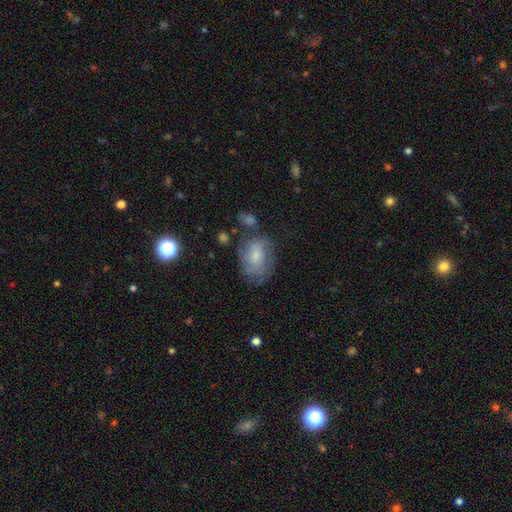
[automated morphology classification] Overall: featured or disk (45%, tied with smooth). Merging: none (52%; minor disturbance 26%).